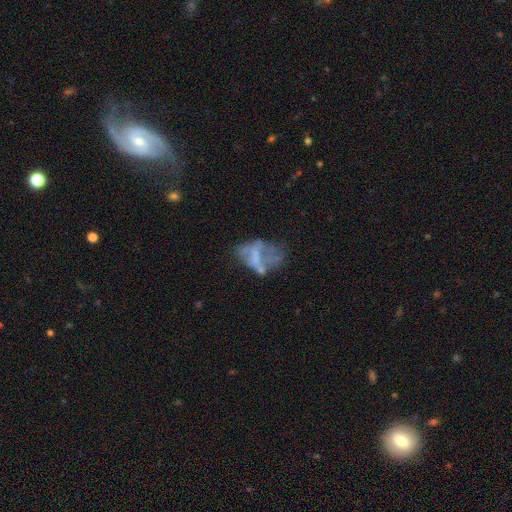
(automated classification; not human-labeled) A featured or disk galaxy (55%) with no bar (74%), no spiral arms (89%) and no central bulge (63%). Merging: major disturbance (33%).